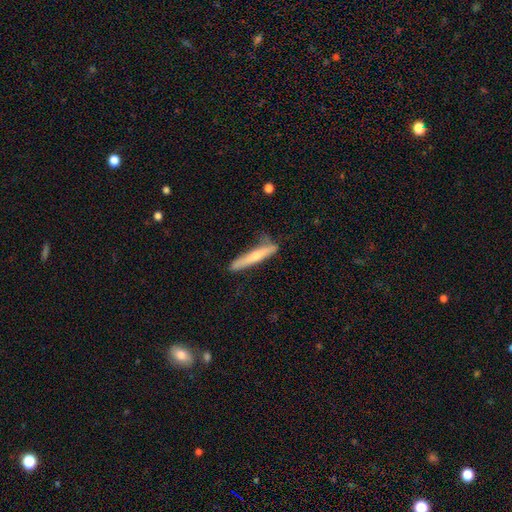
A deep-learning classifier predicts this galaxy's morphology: Smooth or featured? Predicted: smooth (p=0.55). How rounded? Predicted: cigar-shaped (p=0.93). Merging? Predicted: none (p=0.70).